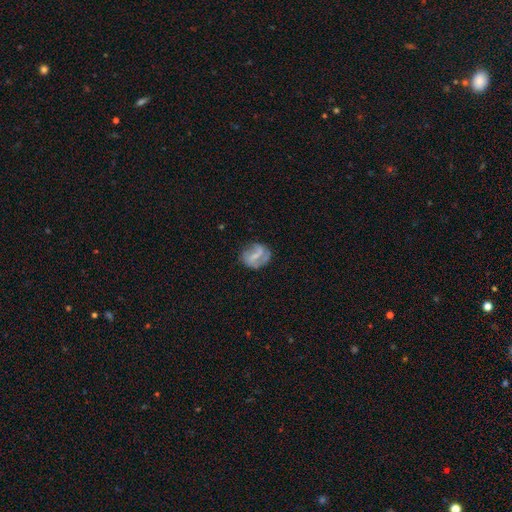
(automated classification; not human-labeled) Smooth or featured: featured or disk — 56% (smooth — 36%)
Edge-on disk: no — 97% (yes — 3%)
Bar: weak — 46% (no — 29%)
Spiral arms: yes — 67% (no — 33%)
Bulge size: small — 49% (none — 26%)
Merging: none — 59% (minor disturbance — 23%)